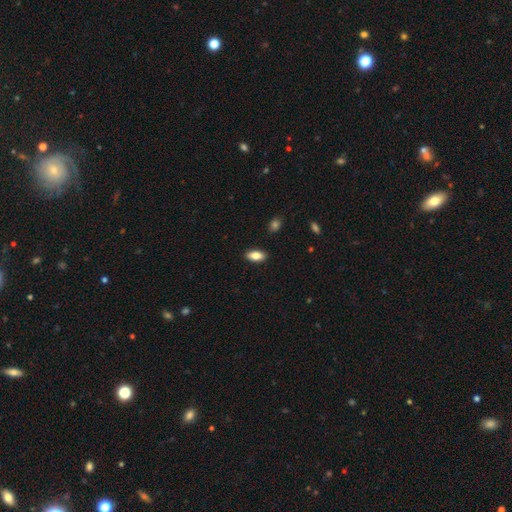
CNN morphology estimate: Overall: smooth (80%). How rounded: in between (89%). Merging: none (89%).